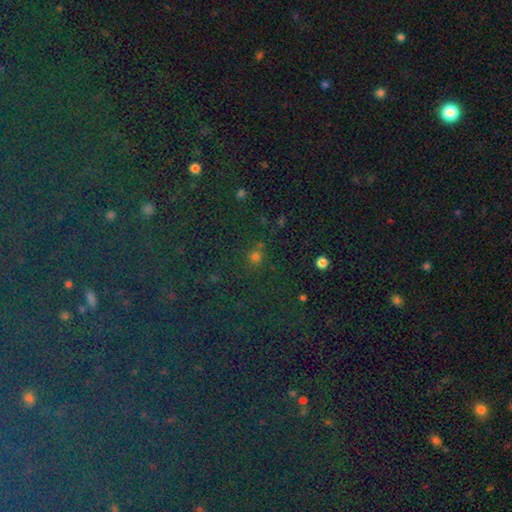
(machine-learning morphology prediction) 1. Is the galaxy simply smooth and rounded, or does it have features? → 69% star or artifact, 24% smooth, 8% featured or disk.